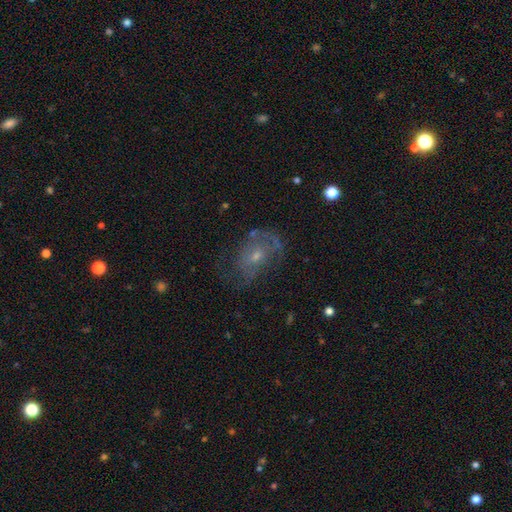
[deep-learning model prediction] Overall: featured or disk (64%; smooth 25%). Edge-on disk: no (96%). Bar: no (69%). Spiral arms: yes (70%; no 30%). Bulge size: small (58%; moderate 35%). Merging: none (51%; major disturbance 24%).